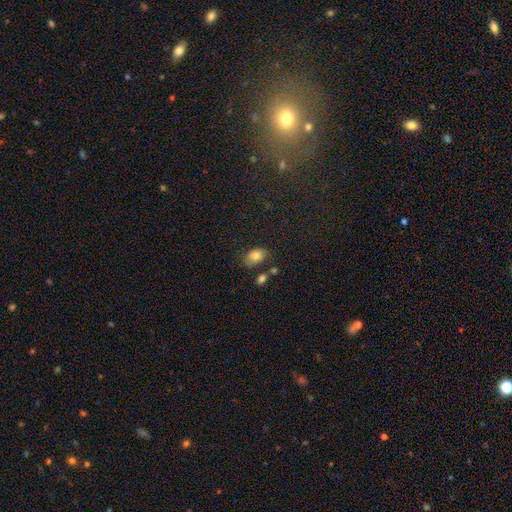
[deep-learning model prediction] Smooth or featured?
  - smooth: 79% *
  - featured or disk: 11%
  - star or artifact: 10%
How rounded?
  - in between: 85% *
  - round: 14%
  - cigar-shaped: 1%
Merging?
  - none: 70% *
  - minor disturbance: 18%
  - merger: 7%
  - major disturbance: 5%